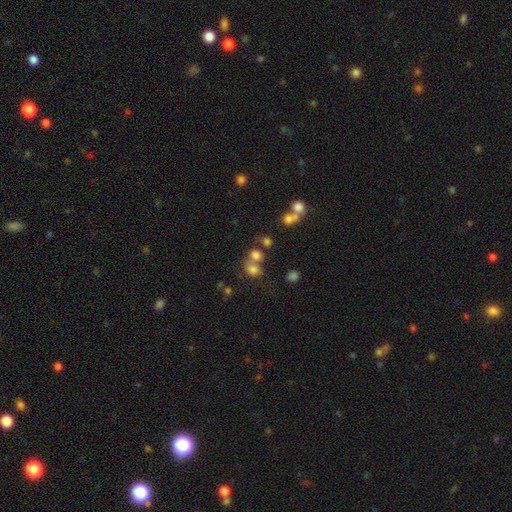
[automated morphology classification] A smooth galaxy with no disk features (70%) that is round (58%). Merging: merger (44%).